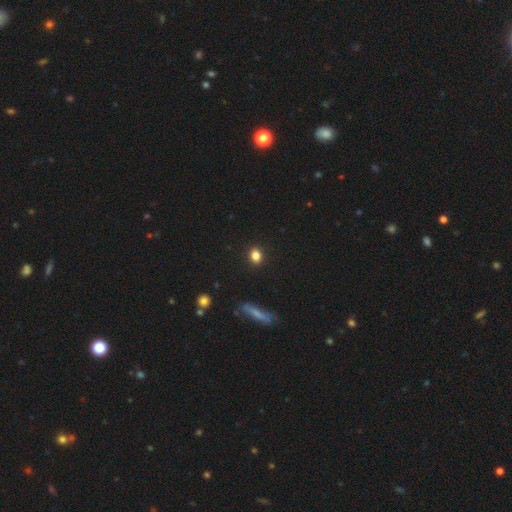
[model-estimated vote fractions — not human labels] A smooth galaxy with no disk features (85%) that is in between round and cigar-shaped (54%).

Vote fractions:
- Smooth or featured? smooth: 85% / star or artifact: 10% / featured or disk: 5%
- How rounded? in between: 54% / round: 43% / cigar-shaped: 3%
- Merging? none: 90% / minor disturbance: 7% / major disturbance: 2% / merger: 1%